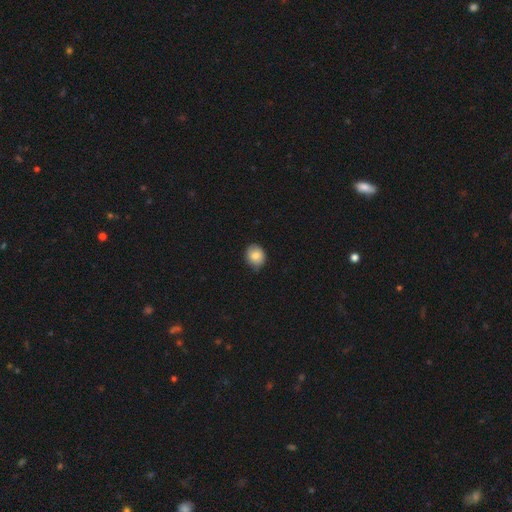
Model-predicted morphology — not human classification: Smooth or featured: smooth — 81% (featured or disk — 10%)
How rounded: round — 67% (in between — 32%)
Merging: none — 76% (minor disturbance — 20%)